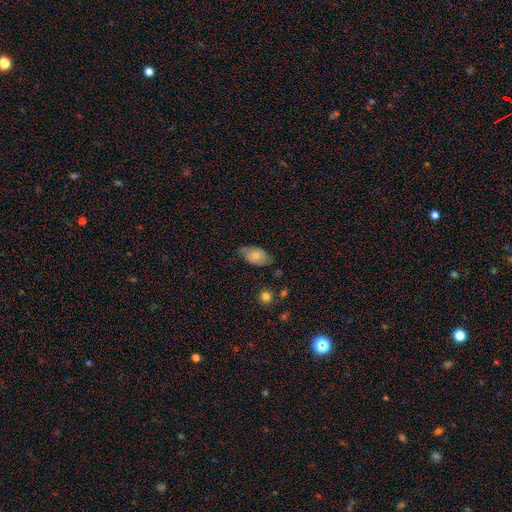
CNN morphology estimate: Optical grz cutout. It shows a smooth galaxy with no disk features (66%) that is in between round and cigar-shaped (91%). Merging: none (57%).